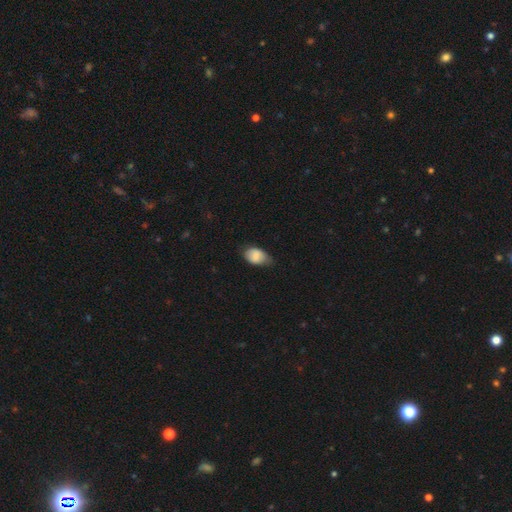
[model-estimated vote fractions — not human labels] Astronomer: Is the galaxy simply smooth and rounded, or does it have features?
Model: smooth — 81%.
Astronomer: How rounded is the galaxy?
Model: in between — 86%.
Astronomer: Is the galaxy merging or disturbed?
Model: none — 53% (runner-up: minor disturbance, 37%).